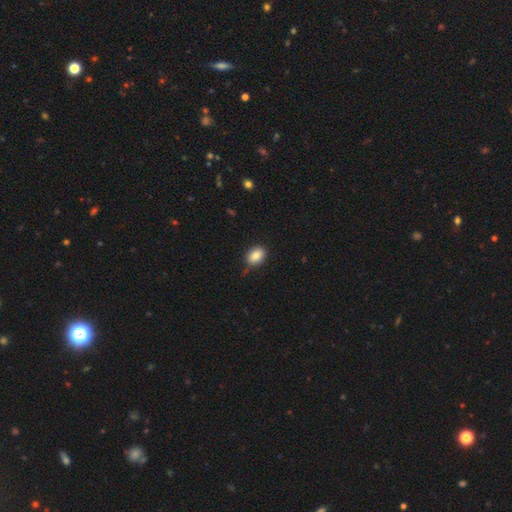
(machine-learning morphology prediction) The model was most divided on "how rounded": in between: 68%, round: 31%, cigar-shaped: 1%. More confident: smooth or featured — smooth (85%); merging — none (79%).